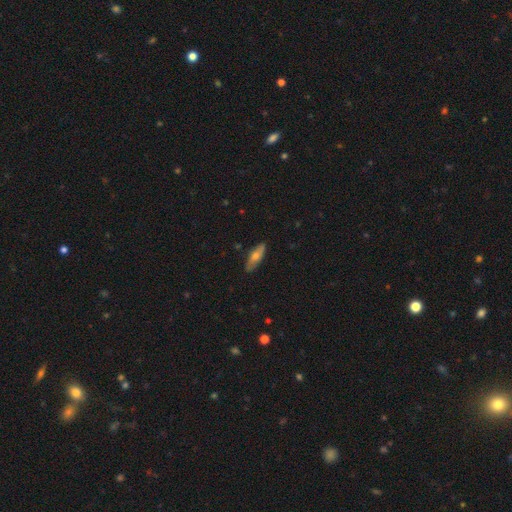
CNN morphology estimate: This appears to be a smooth galaxy with no disk features (53%) that is cigar-shaped (50%). Merging: none (85%).